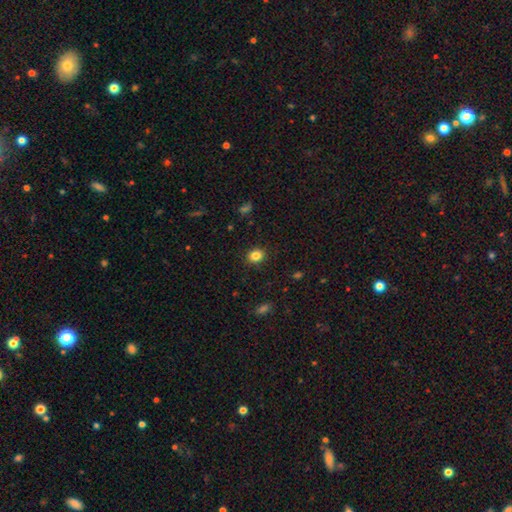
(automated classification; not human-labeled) This appears to be a smooth galaxy with no disk features (84%) that is round (60%). Merging: none (89%).